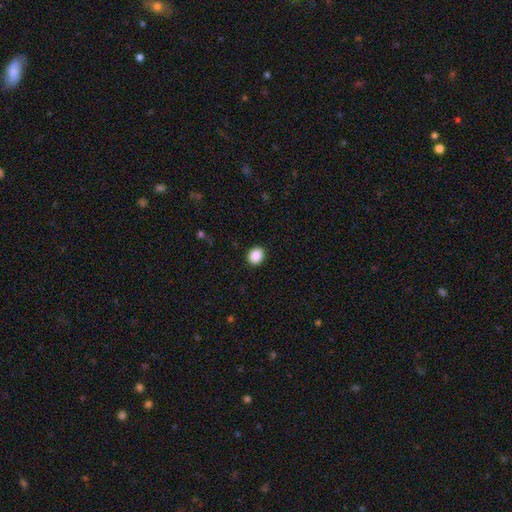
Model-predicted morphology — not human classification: Smooth or featured: smooth — 89% (star or artifact — 9%)
How rounded: round — 61% (in between — 38%)
Merging: none — 90% (minor disturbance — 7%)